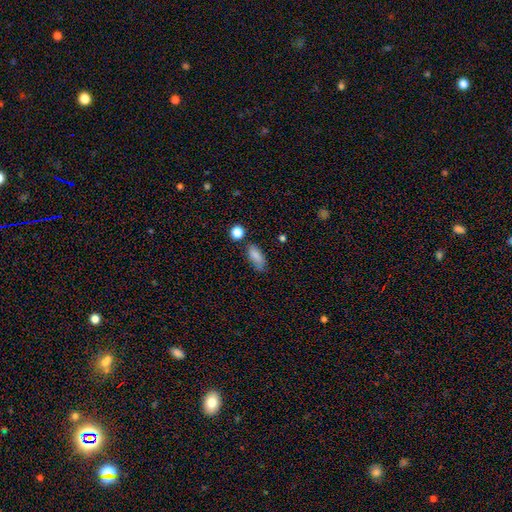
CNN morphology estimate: This is clearly a smooth galaxy (84%). How rounded: clearly in between (80%). Merging: likely none (63%).